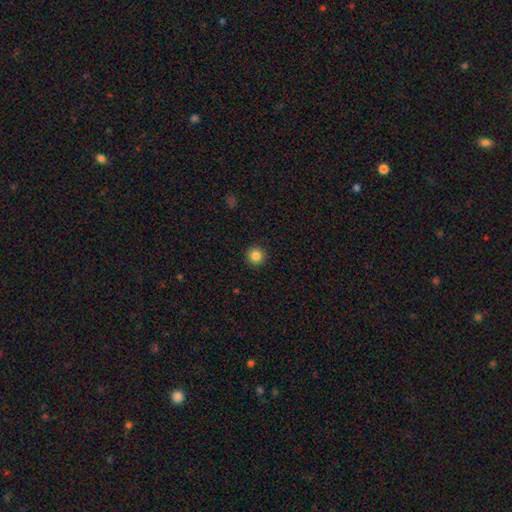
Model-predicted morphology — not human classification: Smooth or featured: smooth — 85% (star or artifact — 11%)
How rounded: round — 96% (in between — 3%)
Merging: none — 93% (minor disturbance — 5%)